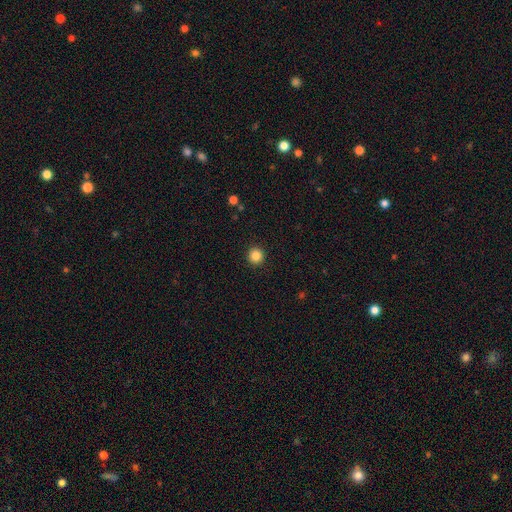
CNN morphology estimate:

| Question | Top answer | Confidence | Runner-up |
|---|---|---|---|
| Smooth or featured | smooth | 86% | star or artifact (11%) |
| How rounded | round | 95% | in between (4%) |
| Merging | none | 93% | minor disturbance (4%) |